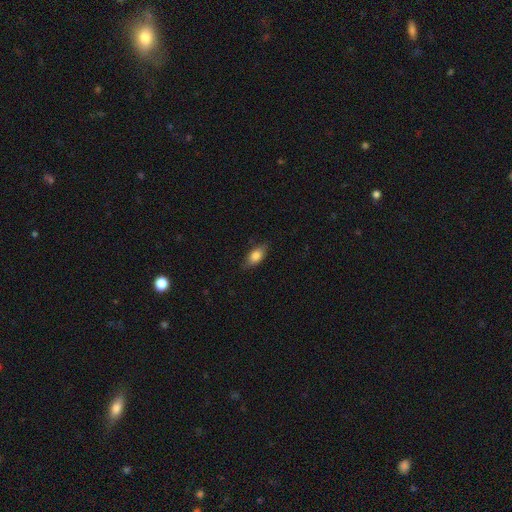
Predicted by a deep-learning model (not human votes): Overall: smooth (80%). How rounded: in between (87%). Merging: none (79%).